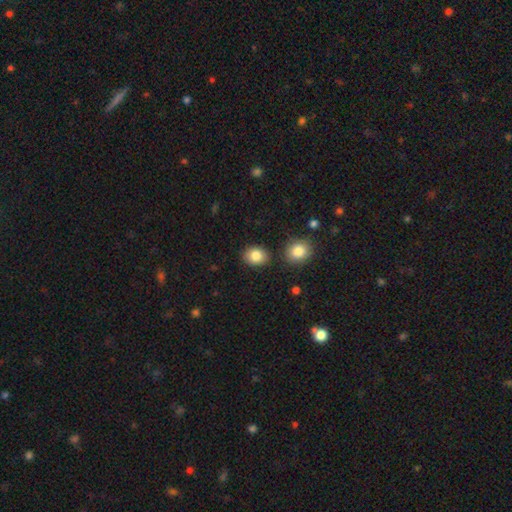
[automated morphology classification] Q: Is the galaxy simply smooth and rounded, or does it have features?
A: smooth — 84%.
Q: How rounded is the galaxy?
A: in between — 53%.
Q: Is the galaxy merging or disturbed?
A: none — 84%.